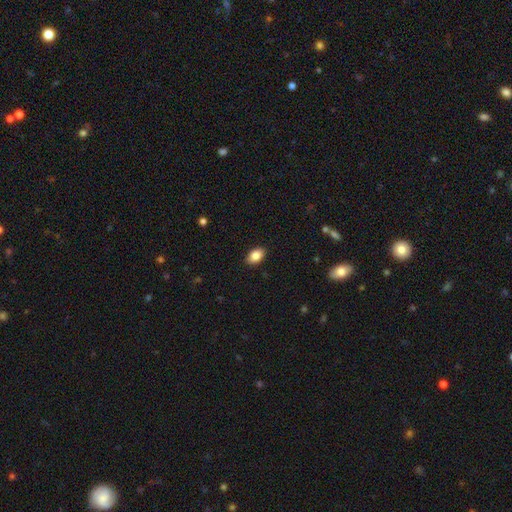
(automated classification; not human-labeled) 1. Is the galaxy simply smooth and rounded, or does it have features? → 85% smooth, 8% star or artifact, 7% featured or disk.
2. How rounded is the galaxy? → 89% in between, 9% round, 2% cigar-shaped.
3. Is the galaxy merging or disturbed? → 89% none, 8% minor disturbance, 2% major disturbance, 1% merger.